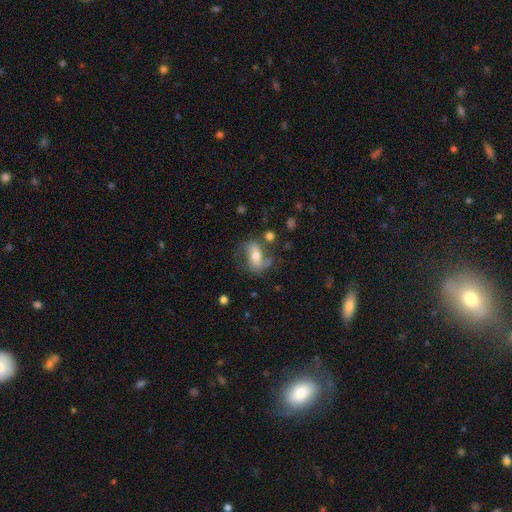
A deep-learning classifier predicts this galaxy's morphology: Overall: featured or disk (61%; smooth 31%). Edge-on disk: no (90%). Bar: strong (34%, tied with weak). Spiral arms: yes (81%). Bulge size: moderate (67%). Merging: none (56%; minor disturbance 21%).